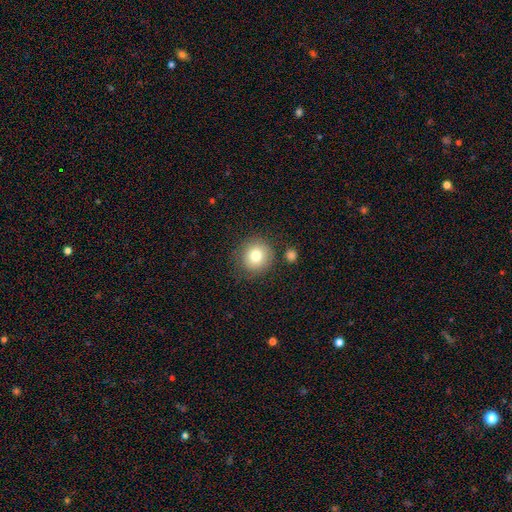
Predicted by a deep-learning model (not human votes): Morphology: type=smooth (79%); roundness=round (90%); merging=none (78%).